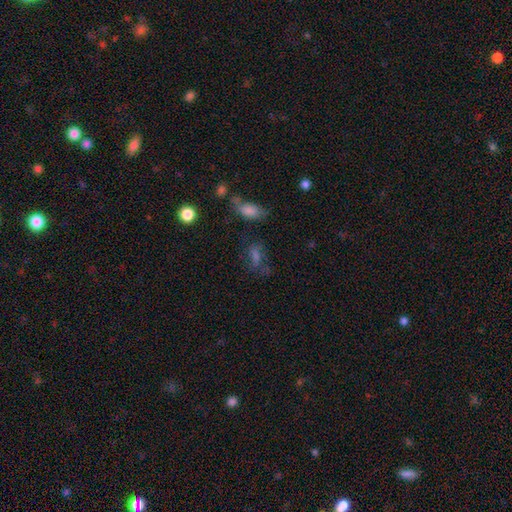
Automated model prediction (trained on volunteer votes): smooth-or-featured: smooth: 51% | star or artifact: 29% | featured or disk: 20%
  how-rounded: in between: 71% | round: 18% | cigar-shaped: 11%
  merging: none: 53% | minor disturbance: 21% | major disturbance: 16% | merger: 9%